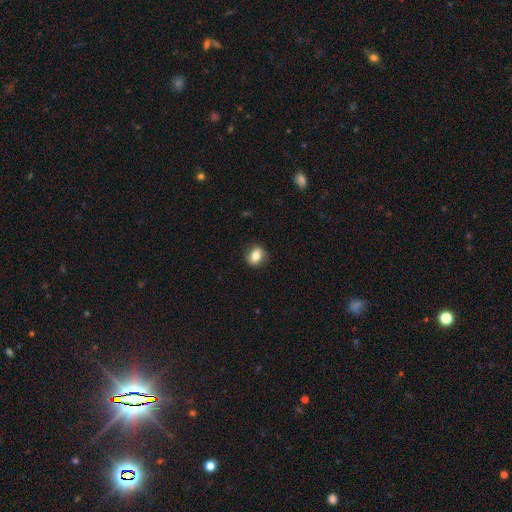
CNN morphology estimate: The model was most divided on "how rounded": in between: 52%, round: 47%, cigar-shaped: 1%. More confident: merging — none (85%); smooth or featured — smooth (79%).